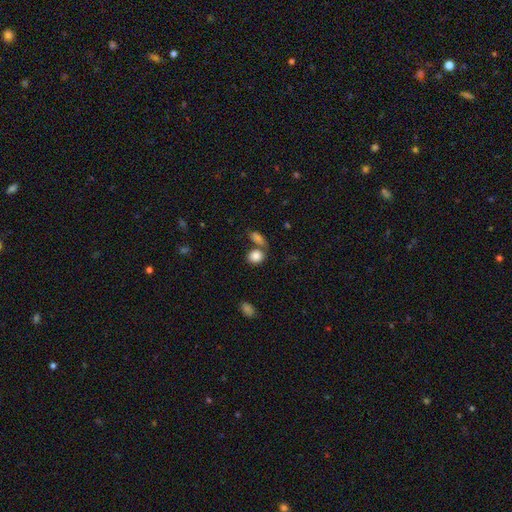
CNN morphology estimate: Smooth or featured? Predicted: smooth (p=0.84). How rounded? Predicted: round (p=0.51). Merging? Predicted: none (p=0.50).